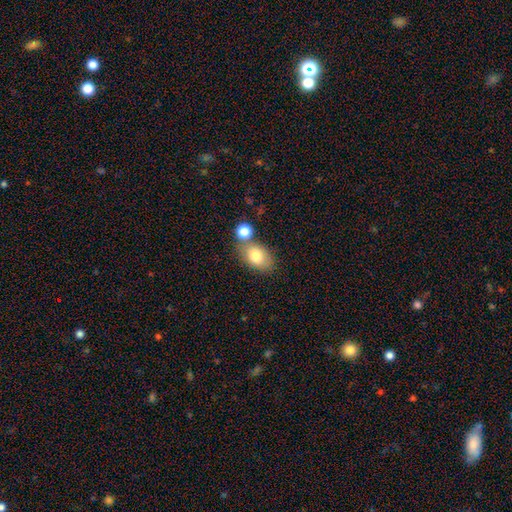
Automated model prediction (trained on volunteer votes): This is likely a smooth galaxy (79%). How rounded: clearly in between (83%). Merging: possibly none (58%).